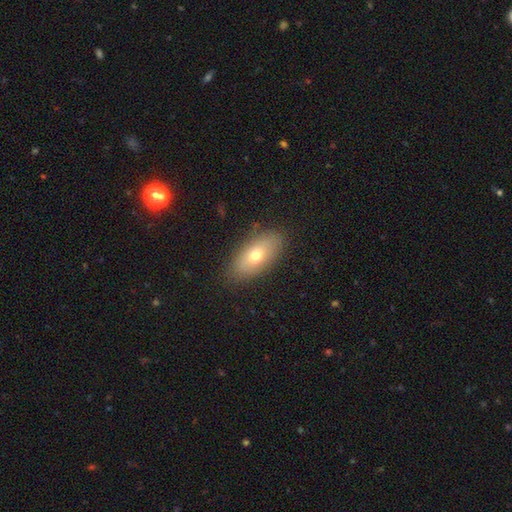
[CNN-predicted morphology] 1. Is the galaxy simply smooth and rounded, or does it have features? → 65% smooth, 27% featured or disk, 8% star or artifact.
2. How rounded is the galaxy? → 86% in between, 9% cigar-shaped, 5% round.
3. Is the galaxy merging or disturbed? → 84% none, 12% minor disturbance, 3% major disturbance, 1% merger.